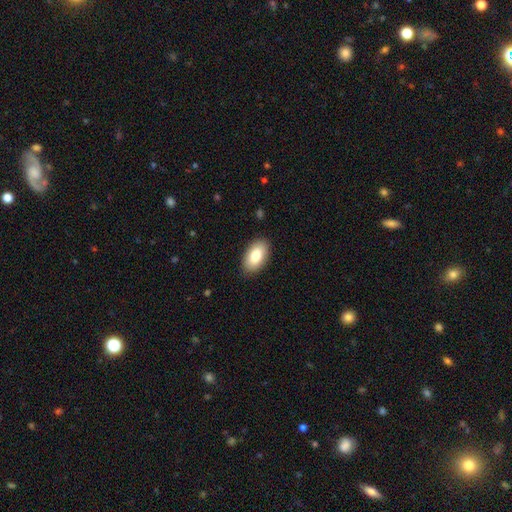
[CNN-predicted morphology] Smooth or featured? smooth (83%)
How rounded? in between (95%)
Merging? none (88%)